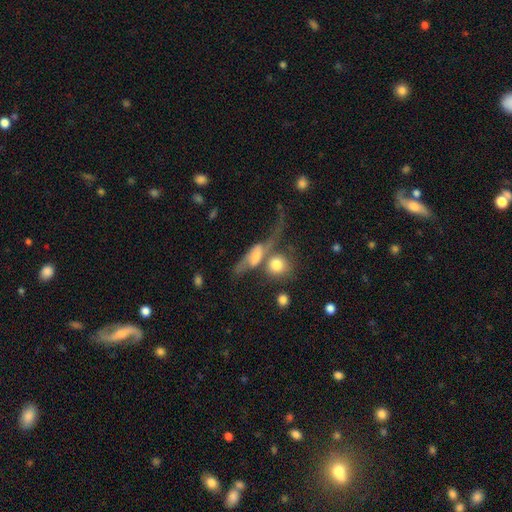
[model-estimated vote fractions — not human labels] Morphology: type=featured or disk (48%); merging=merger (46%).